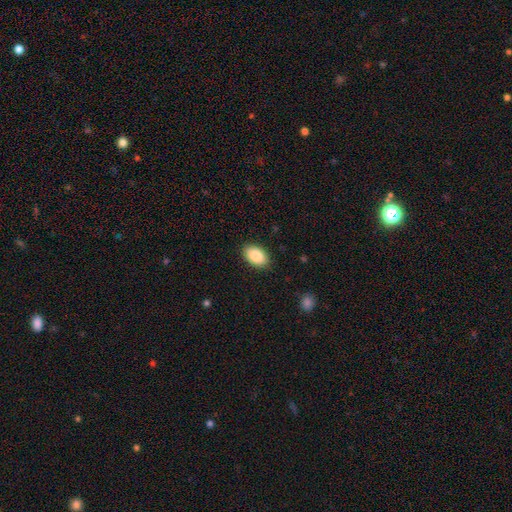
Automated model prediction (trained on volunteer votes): A smooth galaxy with no disk features (87%) that is in between round and cigar-shaped (91%).

Vote fractions:
- Smooth or featured? smooth: 87% / featured or disk: 7% / star or artifact: 7%
- How rounded? in between: 91% / round: 8% / cigar-shaped: 1%
- Merging? none: 89% / minor disturbance: 8% / major disturbance: 2% / merger: 1%